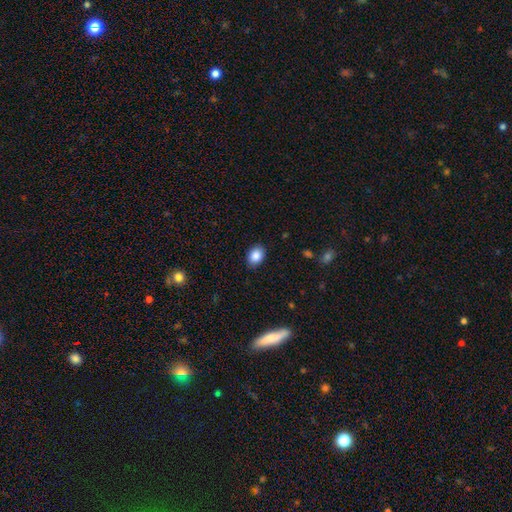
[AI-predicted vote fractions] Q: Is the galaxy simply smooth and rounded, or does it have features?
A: smooth — 87%.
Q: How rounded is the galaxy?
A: in between — 73%.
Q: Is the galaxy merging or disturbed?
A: none — 87%.